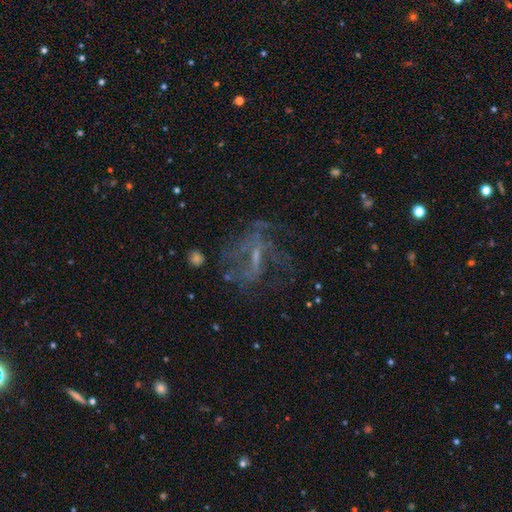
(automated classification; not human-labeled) smooth-or-featured: featured or disk: 62% | star or artifact: 25% | smooth: 13%
  disk-edge-on: no: 94% | yes: 6%
    bar: weak: 42% | no: 39% | strong: 19%
    has-spiral-arms: yes: 66% | no: 34%
    bulge-size: small: 55% | none: 25% | moderate: 18% | large: 2% | dominant: 1%
  merging: none: 53% | major disturbance: 27% | minor disturbance: 16% | merger: 4%